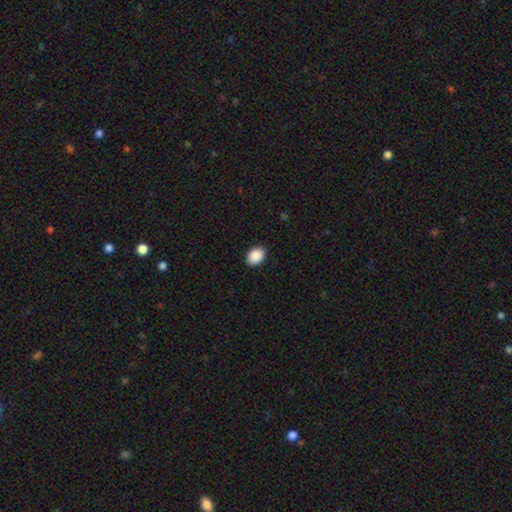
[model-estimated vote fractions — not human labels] smooth 90%, star or artifact 7%, featured or disk 3%. Down the decision tree: how rounded — in between (74%); merging — none (90%).